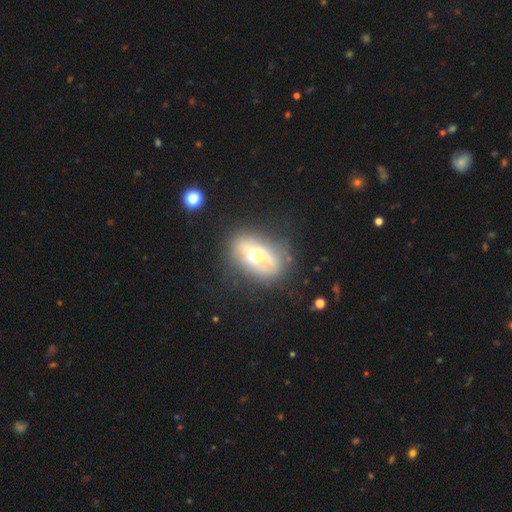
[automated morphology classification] Smooth or featured? featured or disk (51%)
Edge-on disk? no (73%)
Merging? none (55%)